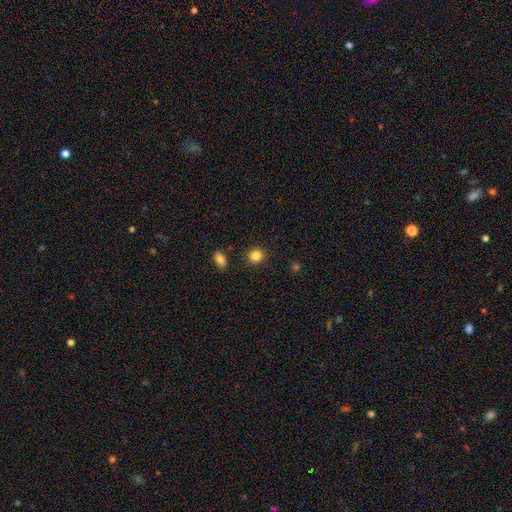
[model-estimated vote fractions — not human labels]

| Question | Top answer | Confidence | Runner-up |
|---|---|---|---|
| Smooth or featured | smooth | 85% | star or artifact (10%) |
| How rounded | round | 83% | in between (16%) |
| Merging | none | 89% | minor disturbance (6%) |